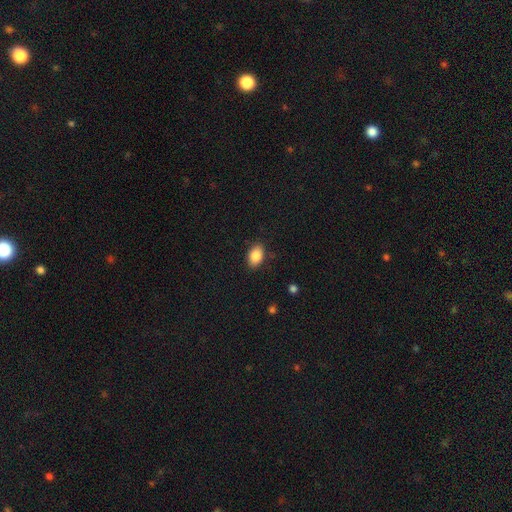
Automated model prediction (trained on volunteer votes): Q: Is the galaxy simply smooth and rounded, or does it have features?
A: smooth — 87%.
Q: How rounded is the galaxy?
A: in between — 88%.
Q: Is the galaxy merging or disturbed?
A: none — 86%.